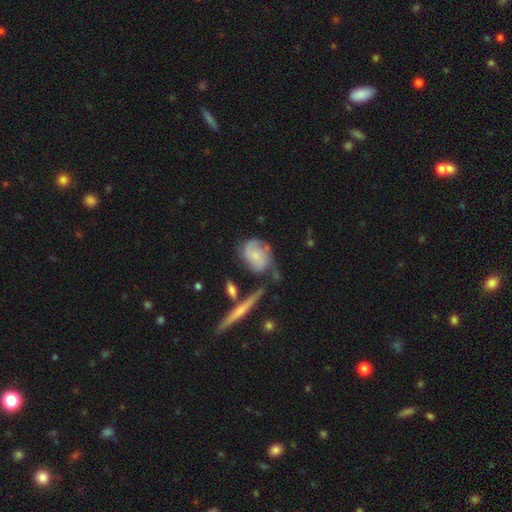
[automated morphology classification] The model was most divided on "merging": none: 44%, minor disturbance: 25%, major disturbance: 19%, merger: 12%. More confident: edge-on disk — no (94%); spiral arms — yes (86%); bar — no (66%); bulge size — small (62%); smooth or featured — featured or disk (60%).